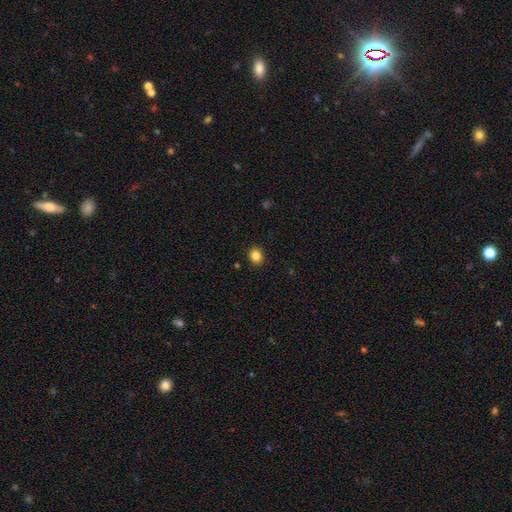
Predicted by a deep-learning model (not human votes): The model was most divided on "how rounded": round: 62%, in between: 37%, cigar-shaped: 1%. More confident: merging — none (90%); smooth or featured — smooth (85%).